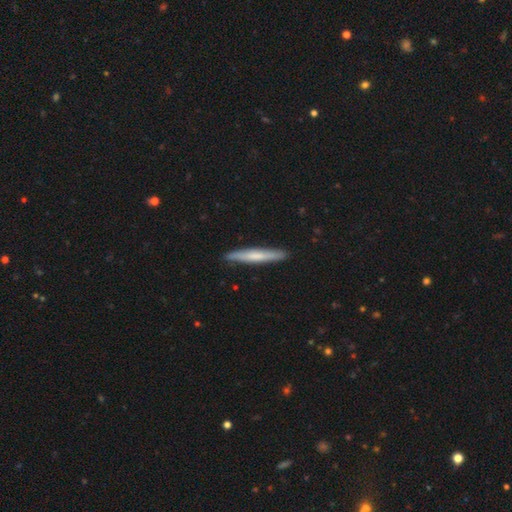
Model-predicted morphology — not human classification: smooth-or-featured: smooth: 57% | featured or disk: 37% | star or artifact: 5%
  how-rounded: cigar-shaped: 95% | in between: 3% | round: 1%
  merging: none: 90% | minor disturbance: 7% | major disturbance: 1% | merger: 1%